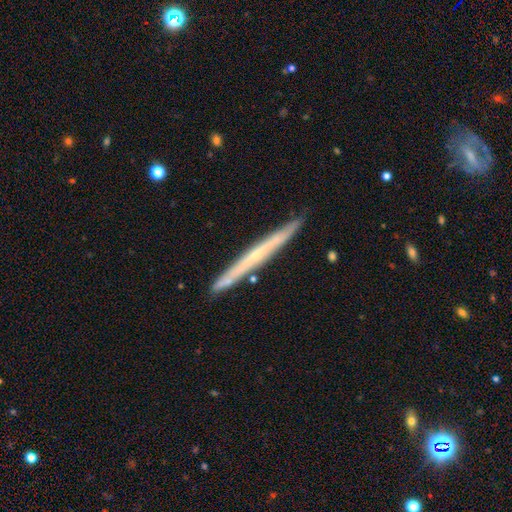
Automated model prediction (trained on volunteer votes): Smooth or featured? Predicted: featured or disk (p=0.60). Edge-on disk? Predicted: yes (p=0.96). Edge-on bulge? Predicted: none (p=0.72). Merging? Predicted: none (p=0.89).